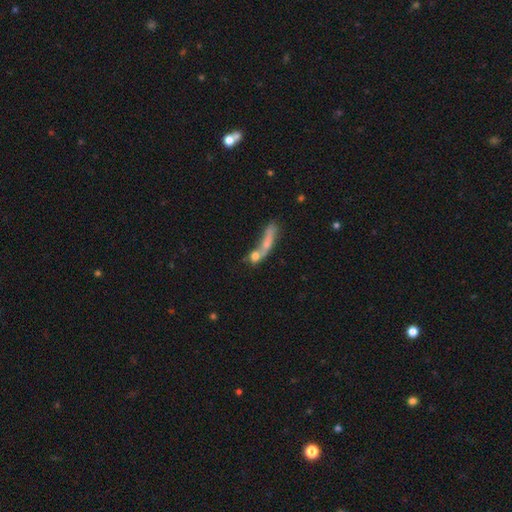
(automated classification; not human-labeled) Overall: smooth (59%; featured or disk 30%). How rounded: cigar-shaped (46%; in between 34%). Merging: merger (55%; none 22%).